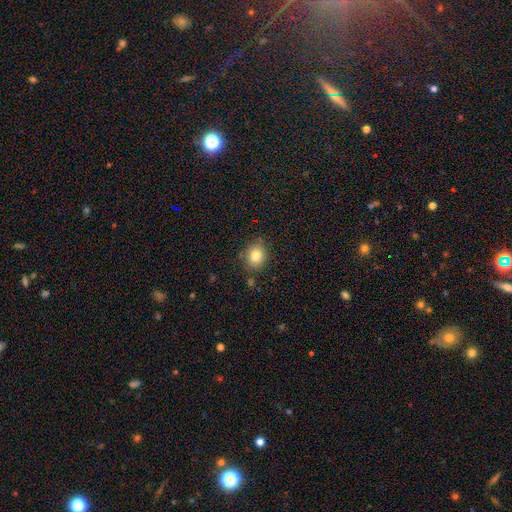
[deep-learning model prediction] Smooth or featured? smooth (81%)
How rounded? round (65%)
Merging? none (82%)